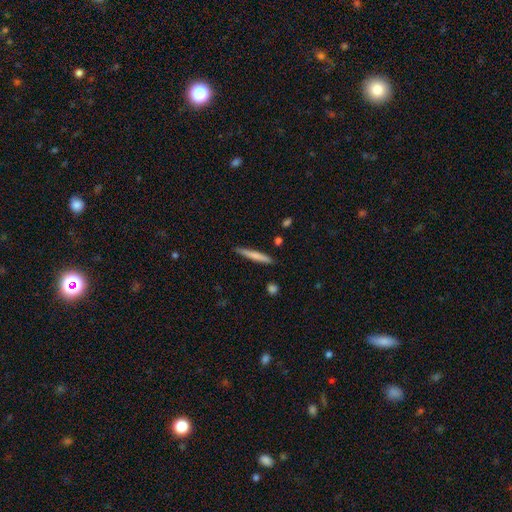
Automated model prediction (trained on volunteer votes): smooth-or-featured: smooth: 69% | featured or disk: 26% | star or artifact: 6%
  how-rounded: cigar-shaped: 95% | in between: 3% | round: 1%
  merging: none: 87% | minor disturbance: 10% | merger: 2% | major disturbance: 2%